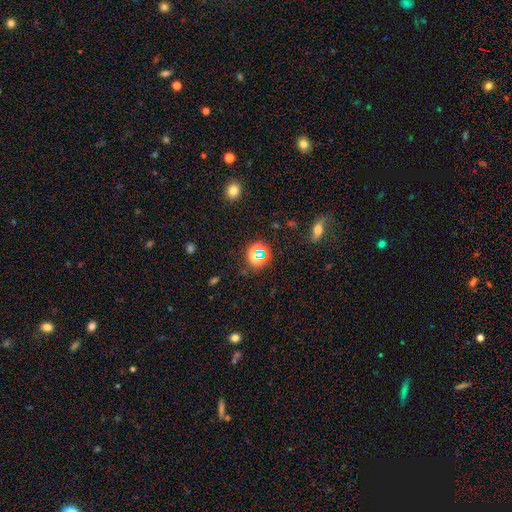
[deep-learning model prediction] Smooth or featured? star or artifact (61%)